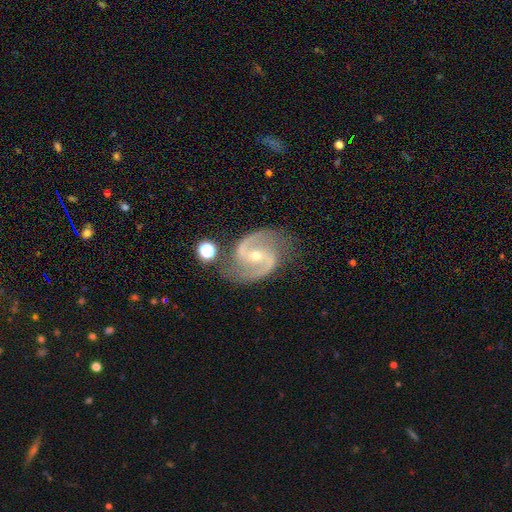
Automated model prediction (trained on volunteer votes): smooth-or-featured: featured or disk: 93% | star or artifact: 5% | smooth: 3%
  disk-edge-on: no: 98% | yes: 2%
    bar: weak: 37% | no: 32% | strong: 31%
    has-spiral-arms: yes: 98% | no: 2%
      spiral-winding: medium: 59% | loose: 25% | tight: 16%
      spiral-arm-count: 2: 94% | can't tell: 1% | 3: 1% | 1: 1% | 4: 1% | more than 4: 1%
    bulge-size: small: 59% | moderate: 39% | large: 1% | none: 1% | dominant: 1%
  merging: none: 78% | minor disturbance: 14% | major disturbance: 5% | merger: 3%